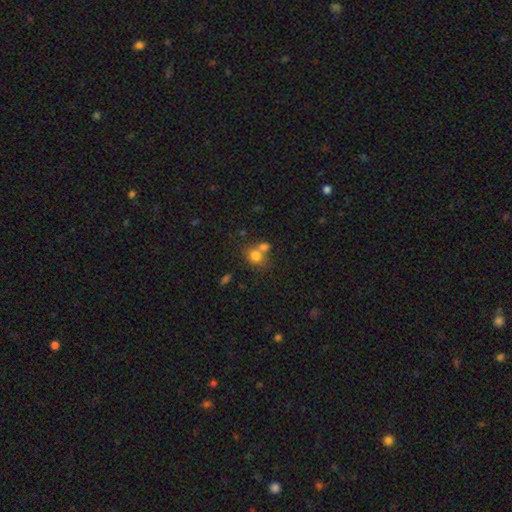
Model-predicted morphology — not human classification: smooth-or-featured: smooth: 76% | featured or disk: 12% | star or artifact: 11%
  how-rounded: round: 56% | in between: 43% | cigar-shaped: 1%
  merging: merger: 47% | none: 38% | minor disturbance: 10% | major disturbance: 5%